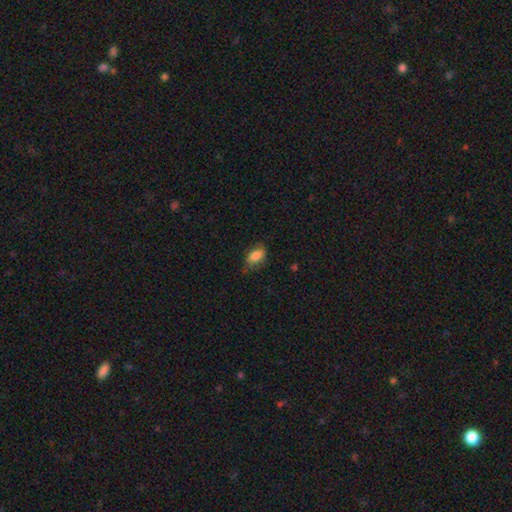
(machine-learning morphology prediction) This is clearly a smooth galaxy (84%). How rounded: clearly in between (88%). Merging: likely none (68%).